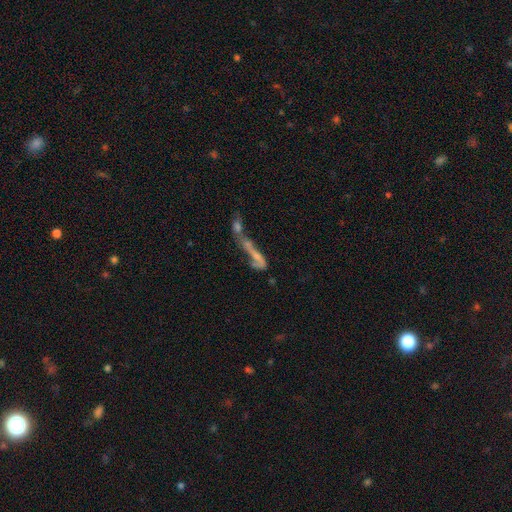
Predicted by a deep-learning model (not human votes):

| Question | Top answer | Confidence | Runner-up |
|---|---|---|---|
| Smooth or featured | featured or disk | 51% | smooth (34%) |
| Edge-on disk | no | 79% | yes (21%) |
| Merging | merger | 69% | major disturbance (13%) |